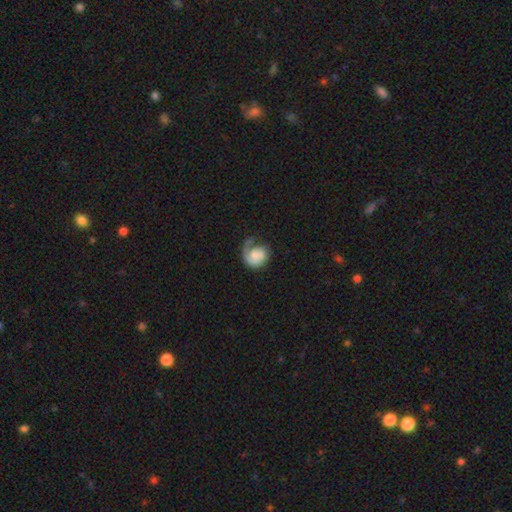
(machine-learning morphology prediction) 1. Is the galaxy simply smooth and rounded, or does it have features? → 55% featured or disk, 39% smooth, 7% star or artifact.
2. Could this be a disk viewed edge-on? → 98% no, 2% yes.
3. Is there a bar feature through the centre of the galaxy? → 76% no, 21% weak, 3% strong.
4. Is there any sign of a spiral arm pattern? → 86% yes, 14% no.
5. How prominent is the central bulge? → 42% small, 30% moderate, 16% none, 9% large, 3% dominant.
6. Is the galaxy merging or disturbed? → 41% none, 34% major disturbance, 22% minor disturbance, 4% merger.